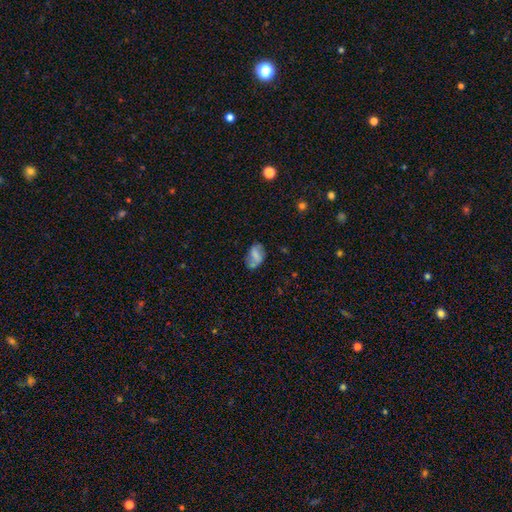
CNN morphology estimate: Q: Smooth or featured?
A: smooth (60%); runner-up: featured or disk (30%)
Q: How rounded?
A: in between (87%); runner-up: round (11%)
Q: Merging?
A: none (56%); runner-up: minor disturbance (26%)